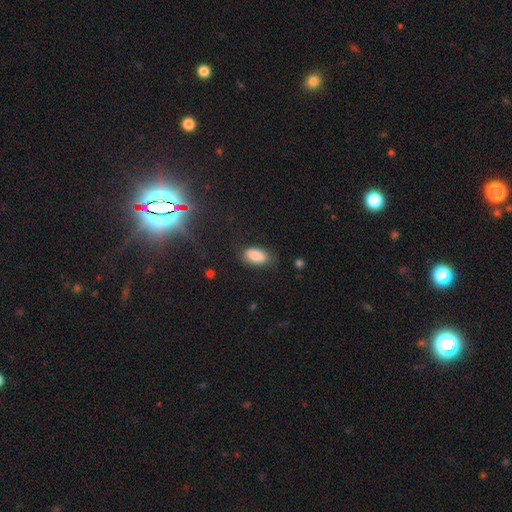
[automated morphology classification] Smooth or featured?
  - smooth: 87% *
  - star or artifact: 8%
  - featured or disk: 5%
How rounded?
  - in between: 92% *
  - round: 4%
  - cigar-shaped: 3%
Merging?
  - none: 73% *
  - minor disturbance: 20%
  - major disturbance: 5%
  - merger: 2%